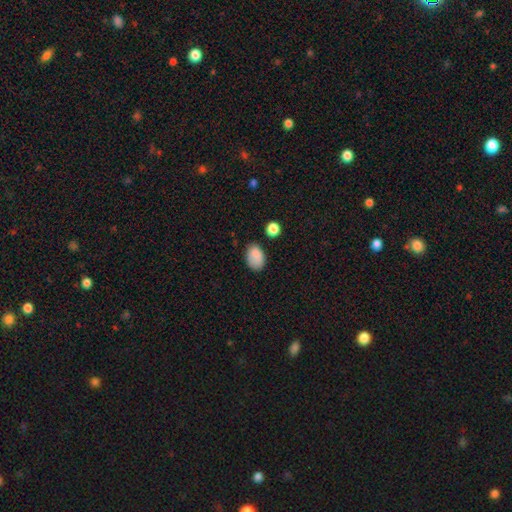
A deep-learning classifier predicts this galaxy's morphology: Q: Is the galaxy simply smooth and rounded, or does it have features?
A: smooth — 85%.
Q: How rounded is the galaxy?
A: in between — 84%.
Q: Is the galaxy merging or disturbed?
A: none — 71%.